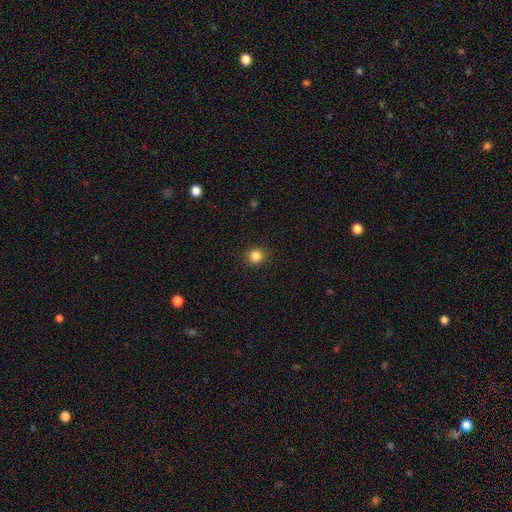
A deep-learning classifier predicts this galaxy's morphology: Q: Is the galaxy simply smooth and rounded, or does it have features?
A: smooth — 85%.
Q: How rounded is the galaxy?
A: round — 86%.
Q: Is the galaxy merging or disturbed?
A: none — 90%.